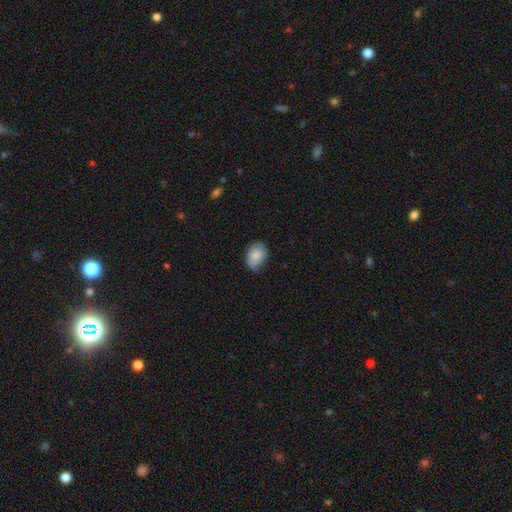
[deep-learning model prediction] A smooth galaxy with no disk features (80%) that is in between round and cigar-shaped (80%).

Vote fractions:
- Smooth or featured? smooth: 80% / featured or disk: 14% / star or artifact: 7%
- How rounded? in between: 80% / round: 19% / cigar-shaped: 1%
- Merging? none: 56% / minor disturbance: 35% / major disturbance: 8% / merger: 2%